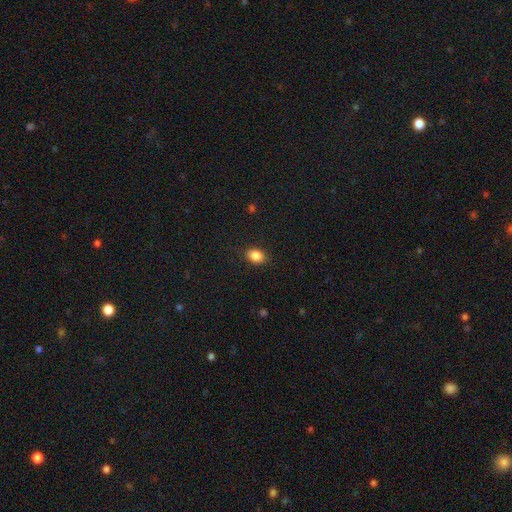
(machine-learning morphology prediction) The model was most divided on "how rounded": in between: 72%, round: 27%, cigar-shaped: 1%. More confident: merging — none (88%); smooth or featured — smooth (86%).